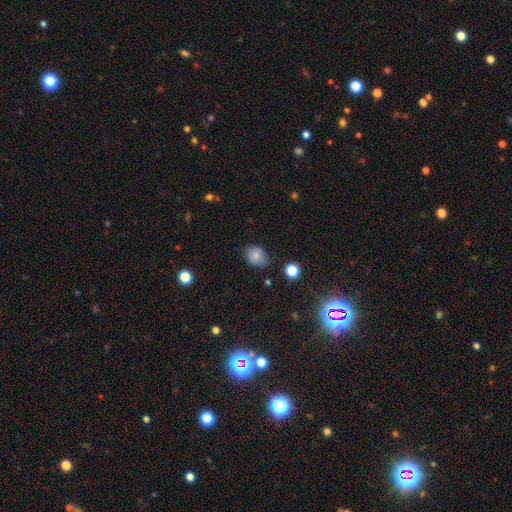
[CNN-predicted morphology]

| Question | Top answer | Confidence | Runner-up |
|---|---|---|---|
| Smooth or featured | smooth | 79% | star or artifact (12%) |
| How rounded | in between | 52% | round (47%) |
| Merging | none | 73% | minor disturbance (21%) |